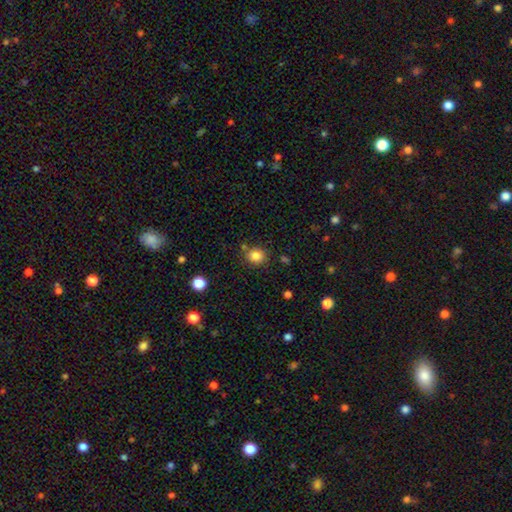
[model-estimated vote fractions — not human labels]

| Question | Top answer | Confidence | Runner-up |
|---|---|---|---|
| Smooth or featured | smooth | 84% | star or artifact (11%) |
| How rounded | round | 83% | in between (16%) |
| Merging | none | 79% | minor disturbance (11%) |